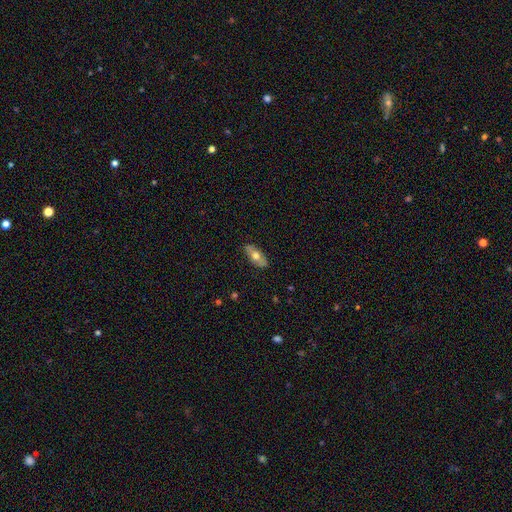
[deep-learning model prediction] This is possibly a smooth galaxy (57%). How rounded: clearly in between (81%). Merging: clearly none (85%).